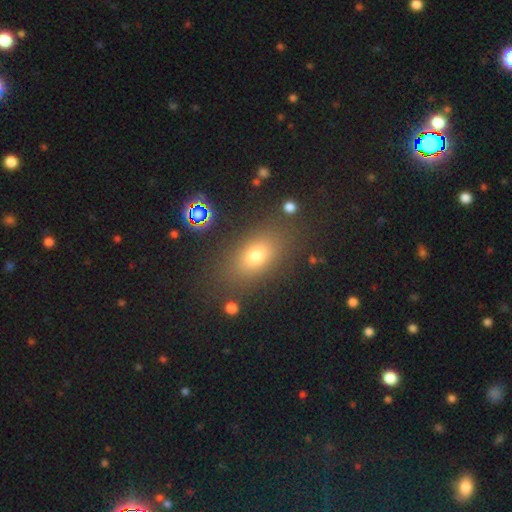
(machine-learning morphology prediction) Overall: smooth (71%). How rounded: in between (75%). Merging: none (81%).